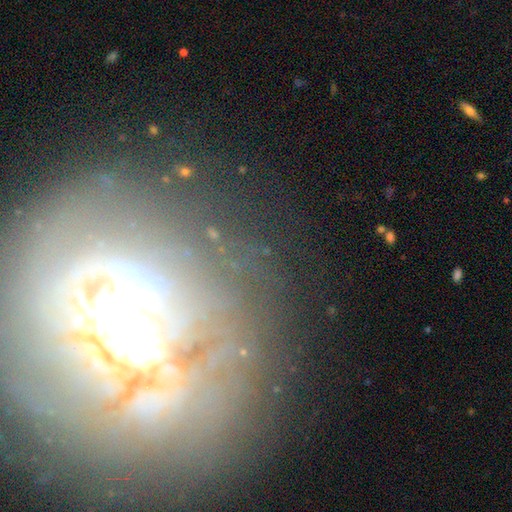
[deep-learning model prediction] This is likely a featured or disk galaxy (64%). It is clearly not viewed edge-on (87%). Bar: likely no (69%). Spiral arm pattern: possibly yes (52%). Central bulge: marginally moderate (43%). Merging: likely none (75%).